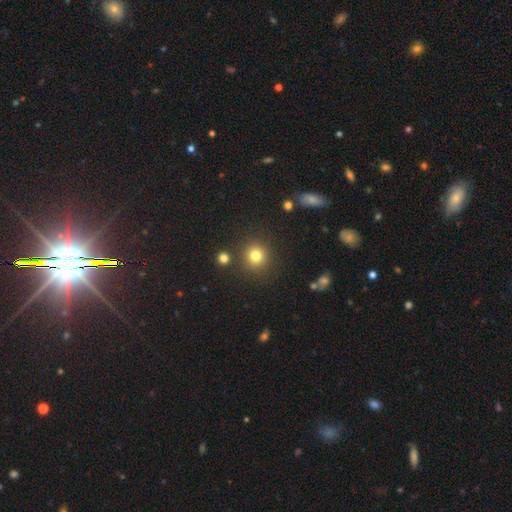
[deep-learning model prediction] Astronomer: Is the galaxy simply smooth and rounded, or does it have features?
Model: smooth — 80%.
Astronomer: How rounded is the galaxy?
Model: round — 93%.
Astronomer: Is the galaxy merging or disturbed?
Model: none — 87%.